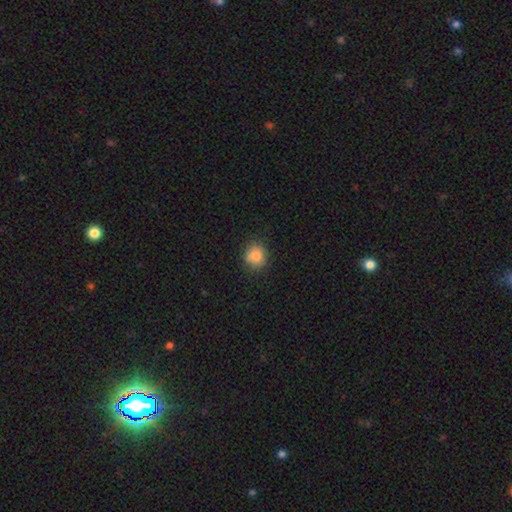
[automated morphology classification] Overall: smooth (84%). How rounded: round (81%). Merging: none (82%).